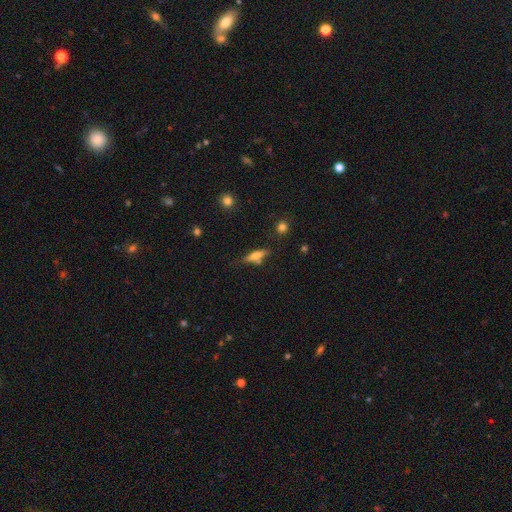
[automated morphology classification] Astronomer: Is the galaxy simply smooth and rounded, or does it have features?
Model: smooth — 57% (runner-up: featured or disk, 35%).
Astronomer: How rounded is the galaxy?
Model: cigar-shaped — 69%.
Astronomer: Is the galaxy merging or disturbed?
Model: none — 69%.